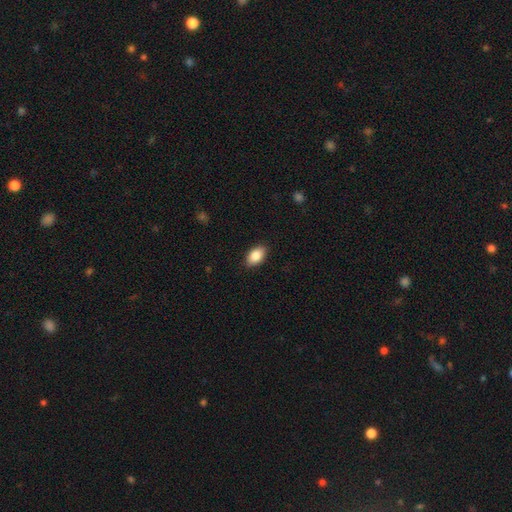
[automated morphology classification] This appears to be a smooth galaxy with no disk features (86%) that is in between round and cigar-shaped (92%). Merging: none (88%).